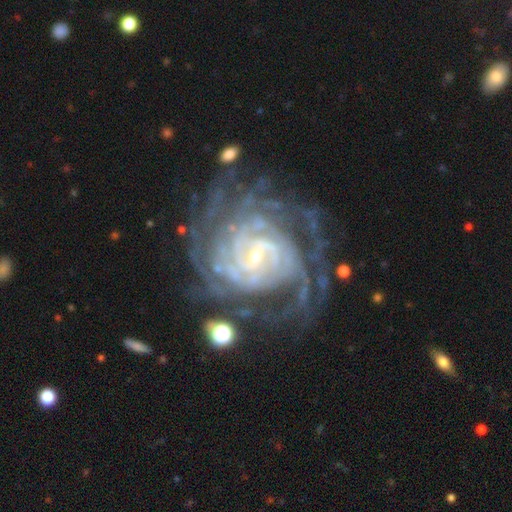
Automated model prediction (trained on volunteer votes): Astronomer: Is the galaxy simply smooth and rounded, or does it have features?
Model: featured or disk — 92%.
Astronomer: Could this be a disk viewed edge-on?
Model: no — 98%.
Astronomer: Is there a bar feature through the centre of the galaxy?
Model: weak — 52%.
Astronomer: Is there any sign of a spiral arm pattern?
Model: yes — 98%.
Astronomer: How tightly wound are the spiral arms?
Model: tight — 74%.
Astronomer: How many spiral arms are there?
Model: can't tell — 27% (runner-up: 4, 22%).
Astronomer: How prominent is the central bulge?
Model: small — 77%.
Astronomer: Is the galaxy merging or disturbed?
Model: none — 68%.